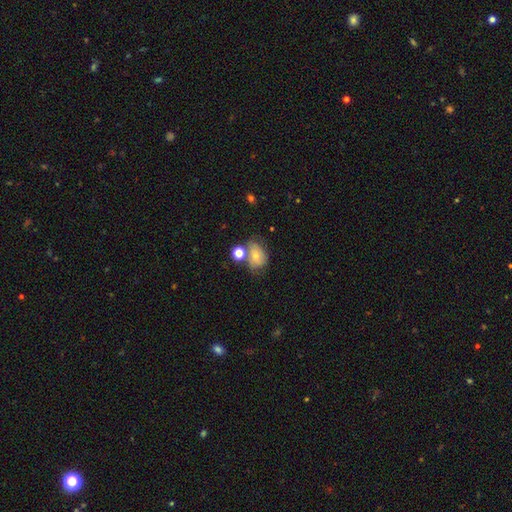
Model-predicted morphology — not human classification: Overall: smooth (67%). How rounded: in between (58%; round 41%). Merging: none (41%; merger 26%).